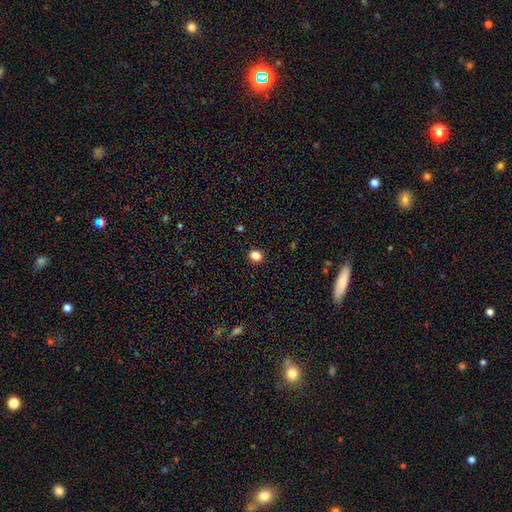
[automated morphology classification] smooth-or-featured: smooth: 83% | star or artifact: 13% | featured or disk: 4%
  how-rounded: round: 90% | in between: 9% | cigar-shaped: 1%
  merging: none: 93% | minor disturbance: 5% | major disturbance: 2% | merger: 1%